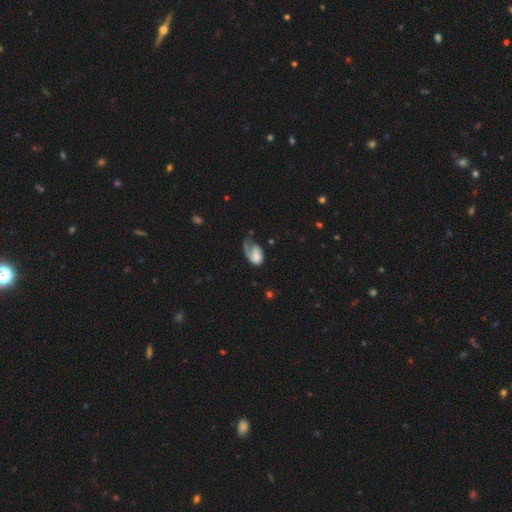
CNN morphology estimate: Smooth or featured? Predicted: featured or disk (p=0.57). Edge-on disk? Predicted: no (p=0.97). Bar? Predicted: no (p=0.65). Spiral arms? Predicted: yes (p=0.84). Bulge size? Predicted: none (p=0.42). Merging? Predicted: major disturbance (p=0.45).